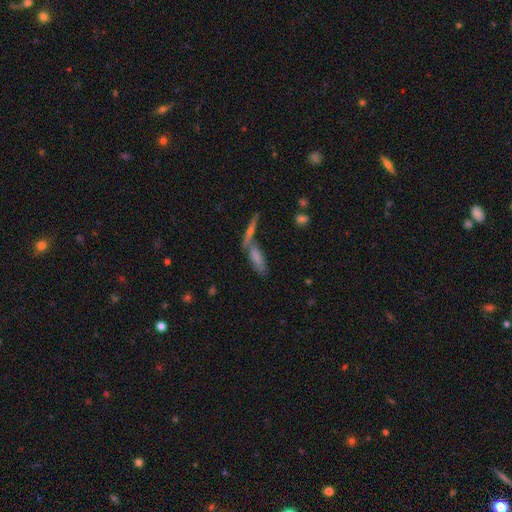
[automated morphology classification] The model was most divided on "merging": merger: 44%, none: 42%, minor disturbance: 10%, major disturbance: 5%. More confident: smooth or featured — smooth (57%); how rounded — cigar-shaped (51%).